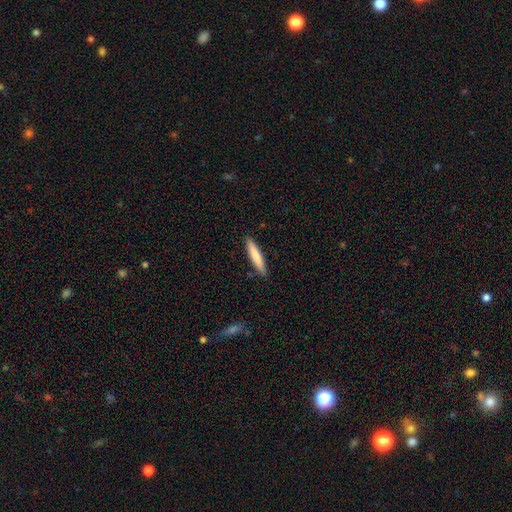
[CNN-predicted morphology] smooth_or_featured: smooth (p=0.79) [alt: featured or disk p=0.16]
how_rounded: cigar-shaped (p=0.91) [alt: in between p=0.08]
merging: none (p=0.90) [alt: minor disturbance p=0.07]